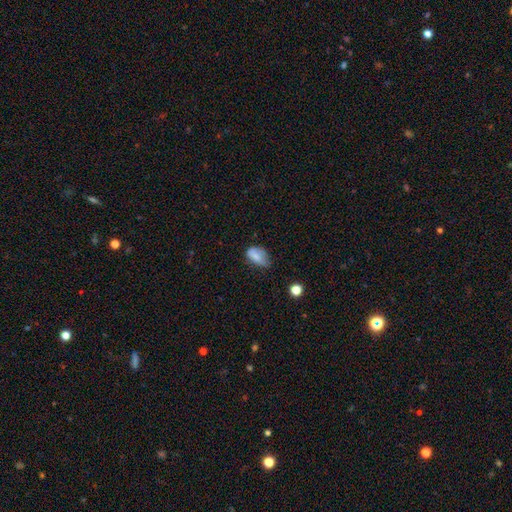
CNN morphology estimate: smooth 73%, featured or disk 17%, star or artifact 9%. Down the decision tree: how rounded — in between (87%); merging — minor disturbance (42%).